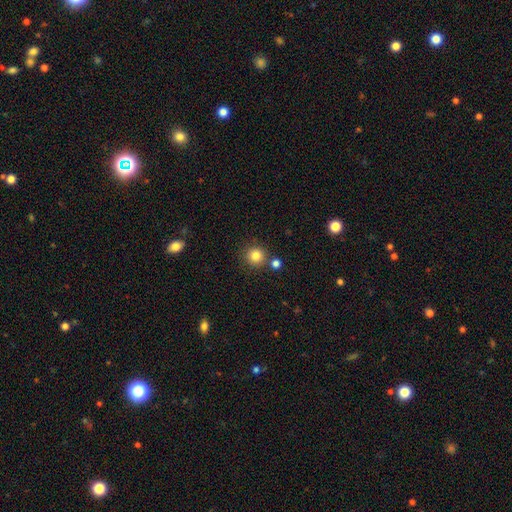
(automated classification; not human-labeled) Smooth or featured? Predicted: smooth (p=0.82). How rounded? Predicted: round (p=0.93). Merging? Predicted: none (p=0.82).